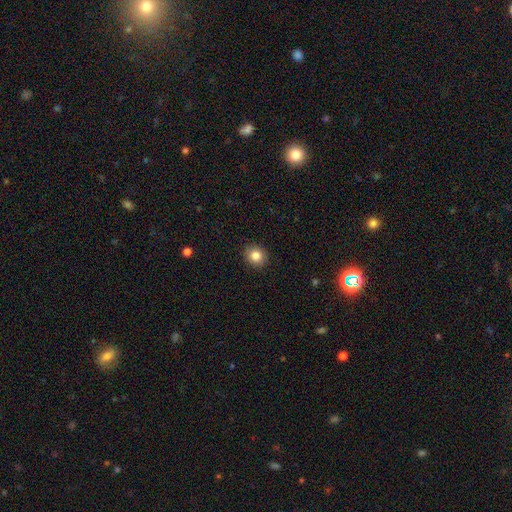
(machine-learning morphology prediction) Smooth or featured?
  - smooth: 84% *
  - star or artifact: 10%
  - featured or disk: 6%
How rounded?
  - round: 84% *
  - in between: 15%
  - cigar-shaped: 1%
Merging?
  - none: 91% *
  - minor disturbance: 6%
  - major disturbance: 2%
  - merger: 1%